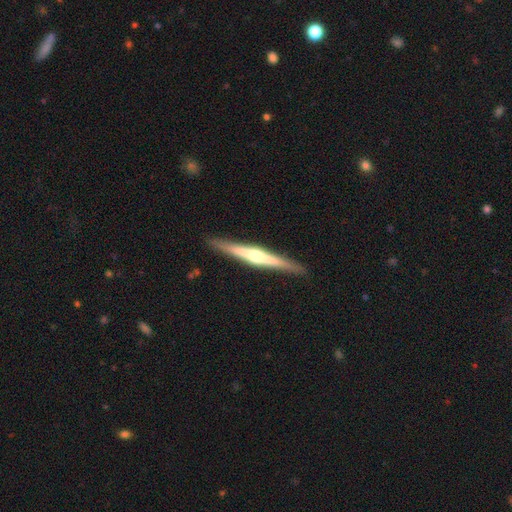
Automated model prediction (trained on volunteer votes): smooth-or-featured: featured or disk: 74% | smooth: 21% | star or artifact: 5%
  disk-edge-on: yes: 98% | no: 2%
    edge-on-bulge: rounded: 84% | none: 8% | boxy: 8%
  merging: none: 91% | minor disturbance: 7% | major disturbance: 1% | merger: 1%